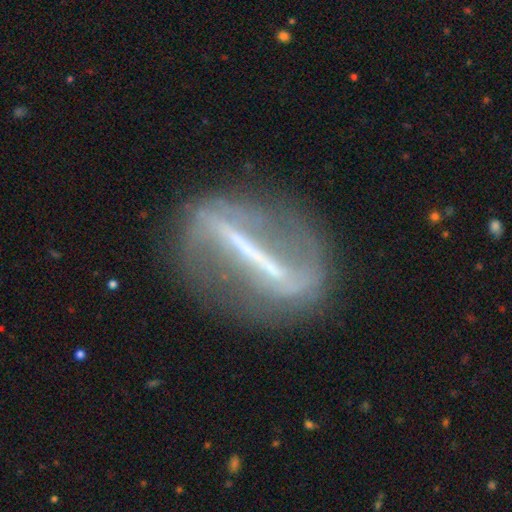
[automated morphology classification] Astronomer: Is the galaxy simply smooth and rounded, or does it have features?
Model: featured or disk — 78%.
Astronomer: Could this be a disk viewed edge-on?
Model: no — 68%.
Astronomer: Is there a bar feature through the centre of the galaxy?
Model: strong — 88%.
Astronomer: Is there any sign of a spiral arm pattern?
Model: no — 57% (runner-up: yes, 43%).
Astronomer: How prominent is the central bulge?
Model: none — 41% (runner-up: small, 35%).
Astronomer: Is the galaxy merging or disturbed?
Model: none — 73%.